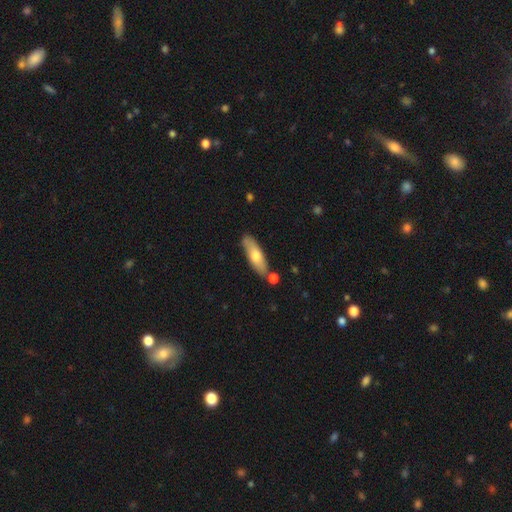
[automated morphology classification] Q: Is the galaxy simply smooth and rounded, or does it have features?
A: smooth — 65%.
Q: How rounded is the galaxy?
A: cigar-shaped — 52%.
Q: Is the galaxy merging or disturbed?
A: none — 76%.